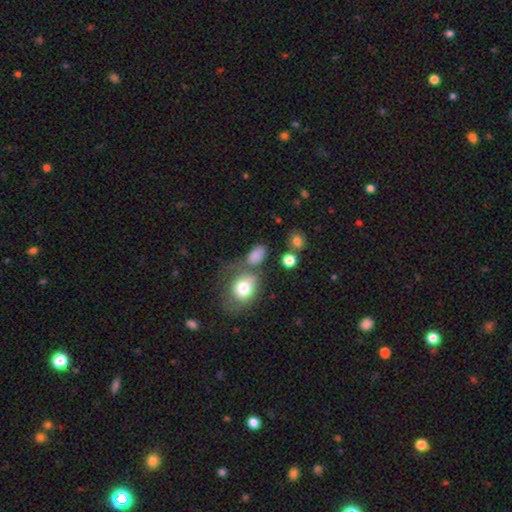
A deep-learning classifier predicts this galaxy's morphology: The model was most divided on "merging": none: 51%, minor disturbance: 20%, merger: 18%, major disturbance: 11%. More confident: smooth or featured — smooth (79%); how rounded — in between (78%).